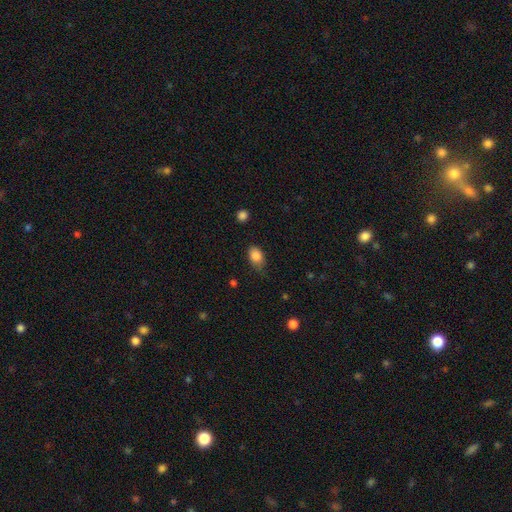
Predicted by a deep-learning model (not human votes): smooth 86%, star or artifact 9%, featured or disk 5%. Down the decision tree: how rounded — in between (82%); merging — none (62%).